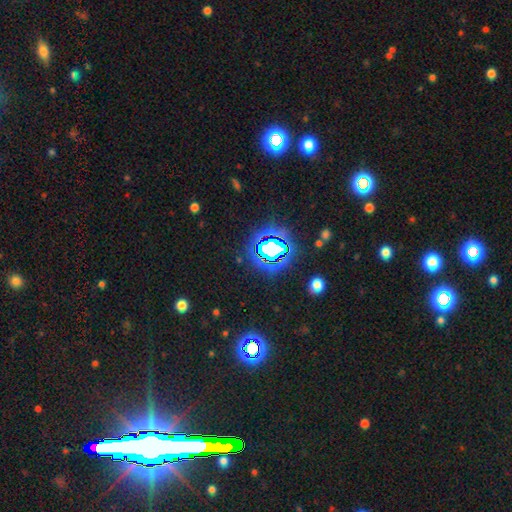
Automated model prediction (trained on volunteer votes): This appears to be a star or artifact, not a galaxy (80%).